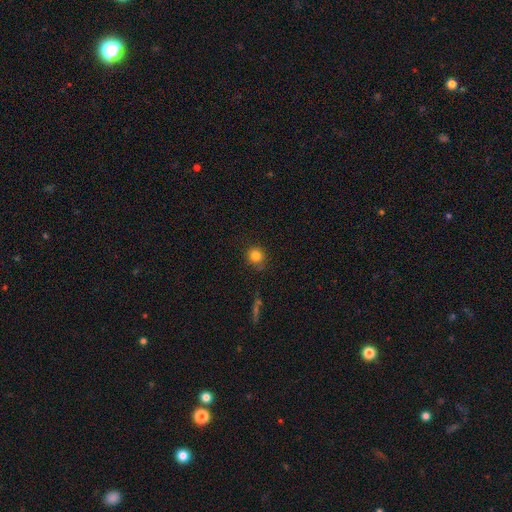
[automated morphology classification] A smooth galaxy with no disk features (82%) that is round (91%).

Vote fractions:
- Smooth or featured? smooth: 82% / star or artifact: 12% / featured or disk: 6%
- How rounded? round: 91% / in between: 8% / cigar-shaped: 1%
- Merging? none: 84% / minor disturbance: 10% / major disturbance: 3% / merger: 3%